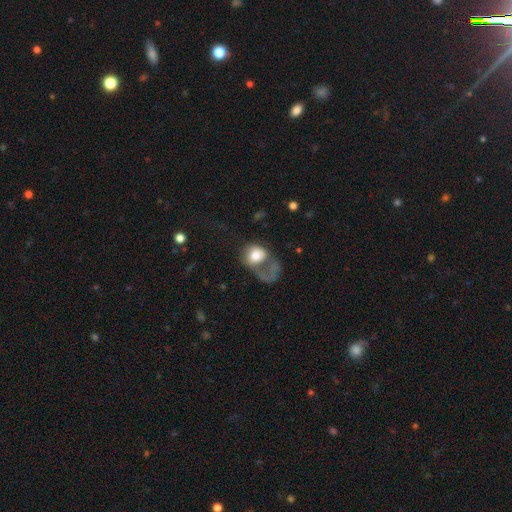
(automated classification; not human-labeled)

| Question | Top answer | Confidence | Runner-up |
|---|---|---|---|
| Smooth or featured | smooth | 64% | featured or disk (27%) |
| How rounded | round | 54% | in between (45%) |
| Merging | major disturbance | 65% | none (13%) |